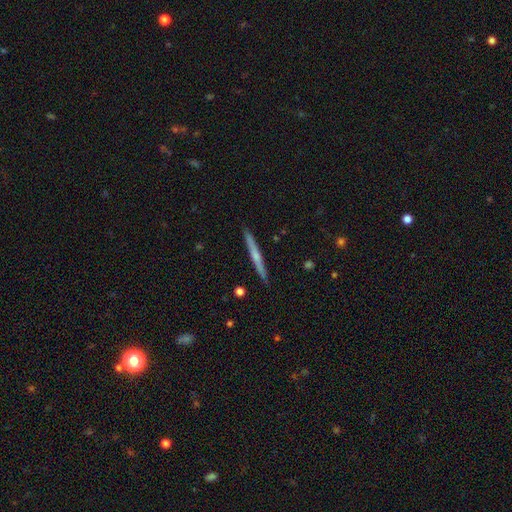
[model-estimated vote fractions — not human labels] Overall: featured or disk (56%; smooth 38%). Edge-on disk: yes (98%). Edge-on bulge: rounded (49%; none 46%). Merging: none (91%).